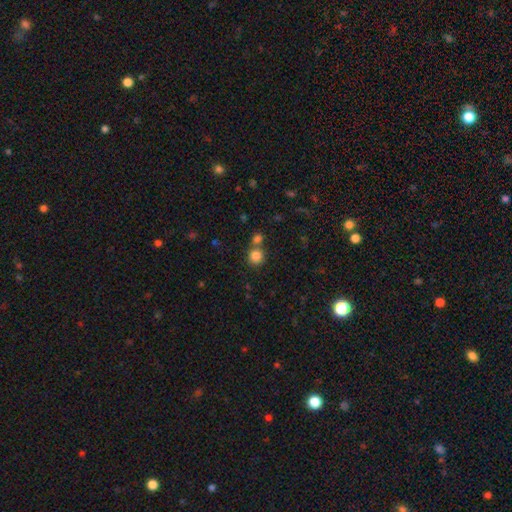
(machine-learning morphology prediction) This is clearly a smooth galaxy (83%). How rounded: clearly round (91%). Merging: likely none (64%).